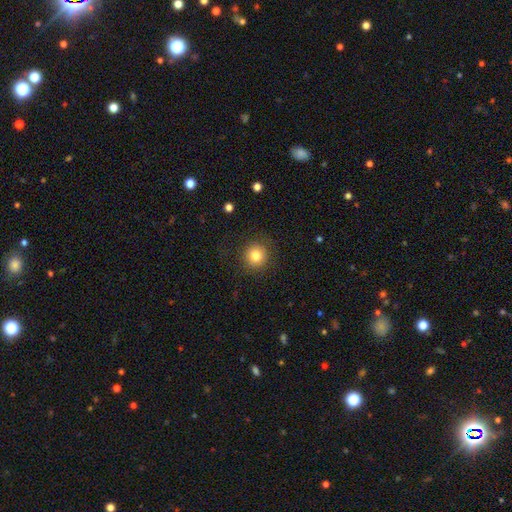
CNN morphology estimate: type=smooth (81%); roundness=round (92%); merging=none (87%).